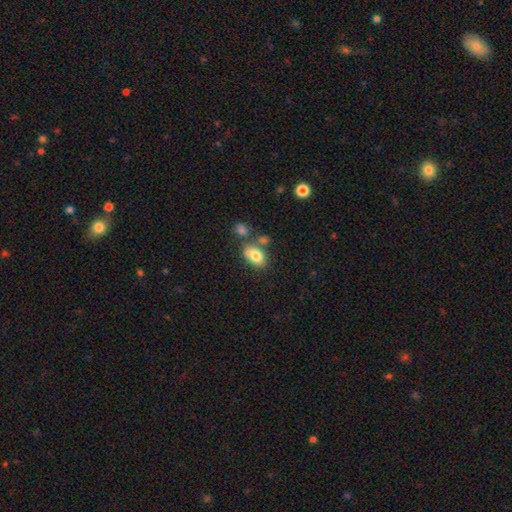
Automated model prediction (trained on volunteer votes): Morphology: type=smooth (77%); roundness=in between (77%); merging=none (50%).